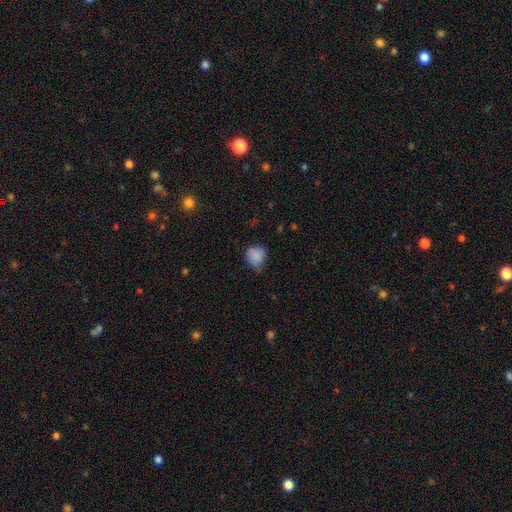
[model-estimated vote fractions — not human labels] A smooth galaxy with no disk features (83%) that is round (71%).

Vote fractions:
- Smooth or featured? smooth: 83% / star or artifact: 9% / featured or disk: 8%
- How rounded? round: 71% / in between: 28% / cigar-shaped: 1%
- Merging? none: 51% / minor disturbance: 39% / major disturbance: 8% / merger: 2%